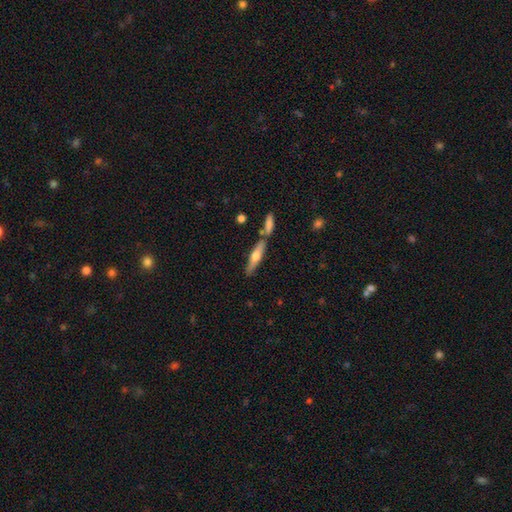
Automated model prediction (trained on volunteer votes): Smooth or featured? Predicted: smooth (p=0.50). How rounded? Predicted: cigar-shaped (p=0.78). Merging? Predicted: none (p=0.71).